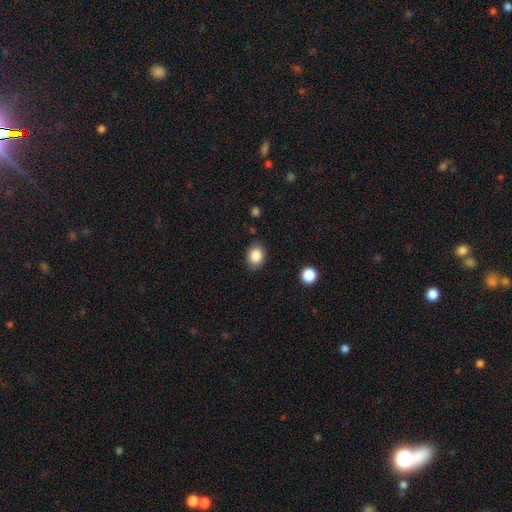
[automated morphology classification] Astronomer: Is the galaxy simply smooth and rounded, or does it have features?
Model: smooth — 86%.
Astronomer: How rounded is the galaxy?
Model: in between — 63%.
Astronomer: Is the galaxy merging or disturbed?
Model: none — 85%.